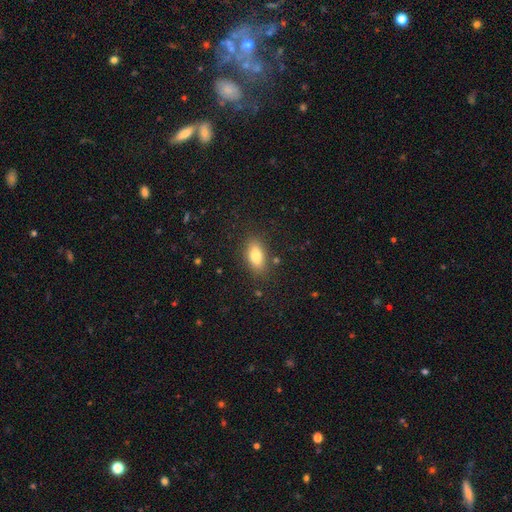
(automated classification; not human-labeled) A smooth galaxy with no disk features (78%) that is in between round and cigar-shaped (85%).

Vote fractions:
- Smooth or featured? smooth: 78% / featured or disk: 13% / star or artifact: 8%
- How rounded? in between: 85% / cigar-shaped: 10% / round: 5%
- Merging? none: 83% / minor disturbance: 11% / major disturbance: 3% / merger: 2%